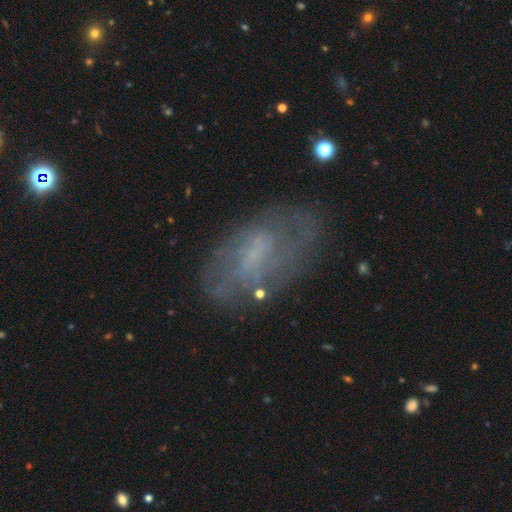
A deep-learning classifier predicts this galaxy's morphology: This appears to be a featured or disk galaxy (64%) with a weak bar (47%), spiral arms (66%) and no central bulge (42%). Merging: none (67%).